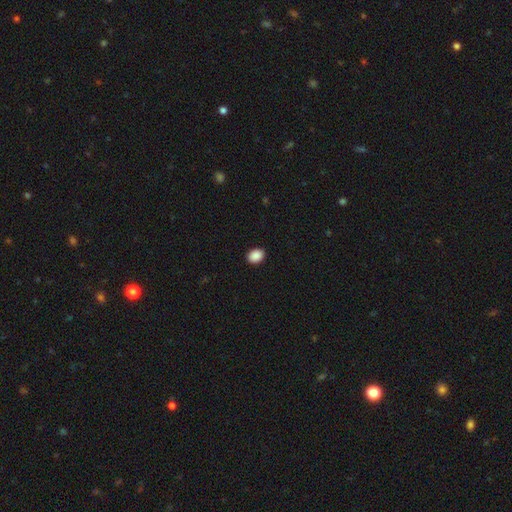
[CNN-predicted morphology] smooth_or_featured: smooth (p=0.90) [alt: star or artifact p=0.07]
how_rounded: in between (p=0.69) [alt: round p=0.30]
merging: none (p=0.91) [alt: minor disturbance p=0.06]